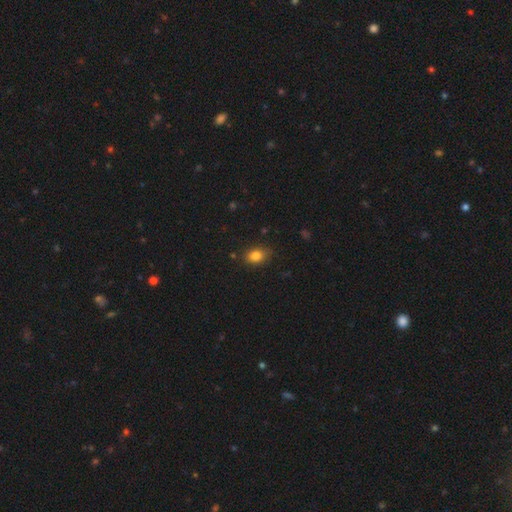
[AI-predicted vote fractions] Morphology: type=smooth (83%); roundness=in between (69%); merging=none (82%).